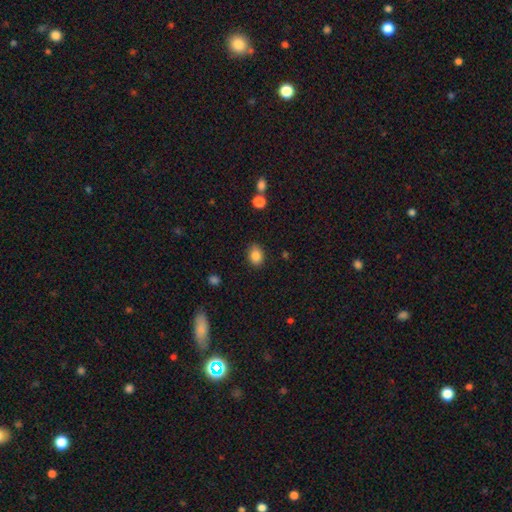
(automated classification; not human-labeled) Overall: smooth (85%). How rounded: in between (61%; round 38%). Merging: none (83%).